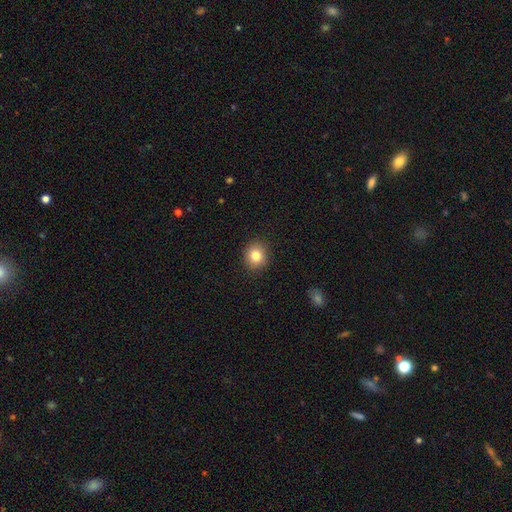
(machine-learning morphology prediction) Smooth or featured?
  - smooth: 82% *
  - star or artifact: 11%
  - featured or disk: 7%
How rounded?
  - round: 82% *
  - in between: 17%
  - cigar-shaped: 1%
Merging?
  - none: 90% *
  - minor disturbance: 7%
  - major disturbance: 2%
  - merger: 1%